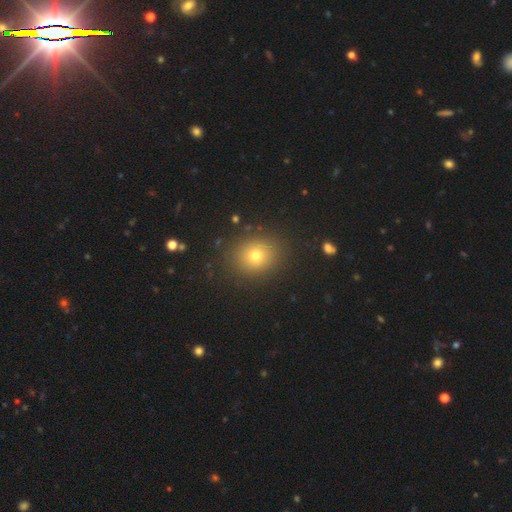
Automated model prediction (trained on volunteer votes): Smooth or featured? Predicted: smooth (p=0.74). How rounded? Predicted: round (p=0.69). Merging? Predicted: none (p=0.88).